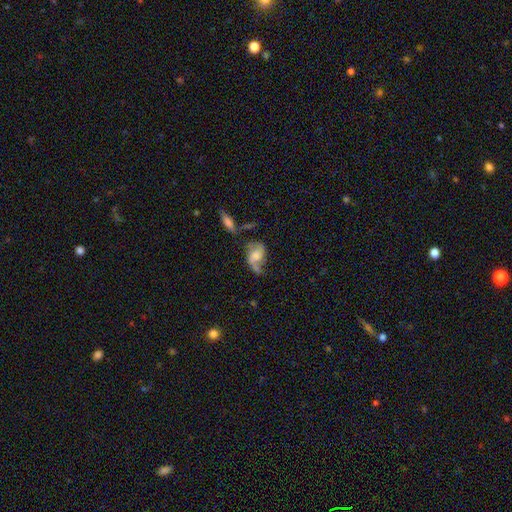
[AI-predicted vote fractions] Q: Smooth or featured?
A: featured or disk (67%); runner-up: smooth (25%)
Q: Edge-on disk?
A: no (96%); runner-up: yes (4%)
Q: Bar?
A: no (56%); runner-up: weak (35%)
Q: Spiral arms?
A: yes (89%); runner-up: no (11%)
Q: Spiral winding?
A: loose (64%); runner-up: medium (28%)
Q: Spiral arm count?
A: 2 (82%); runner-up: 1 (10%)
Q: Bulge size?
A: moderate (30%); runner-up: large (25%)
Q: Merging?
A: none (42%); runner-up: minor disturbance (25%)